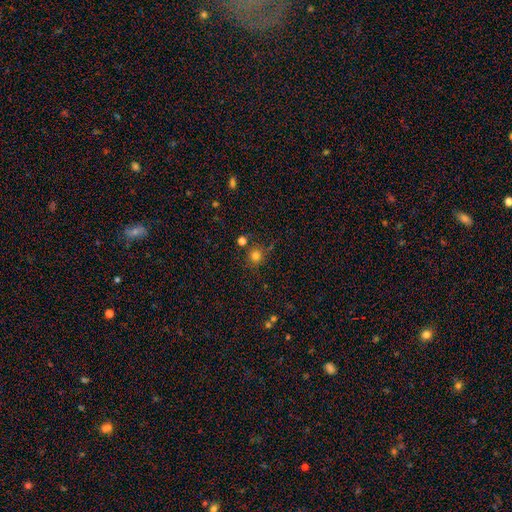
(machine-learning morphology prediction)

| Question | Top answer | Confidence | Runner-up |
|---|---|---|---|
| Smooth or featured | smooth | 78% | star or artifact (16%) |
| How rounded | round | 92% | in between (7%) |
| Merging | none | 77% | minor disturbance (11%) |